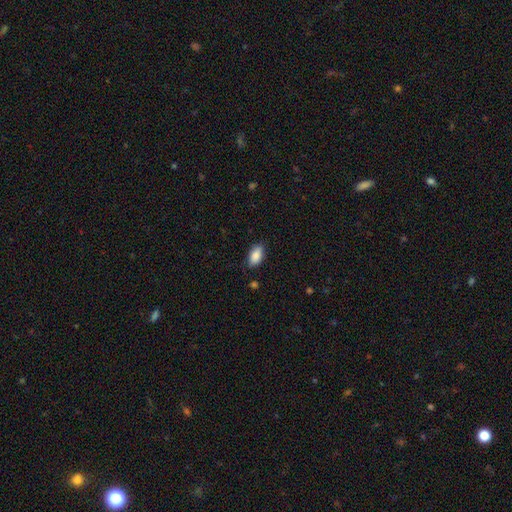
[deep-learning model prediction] The model was most divided on "merging": none: 82%, minor disturbance: 14%, major disturbance: 3%, merger: 1%. More confident: how rounded — in between (92%); smooth or featured — smooth (88%).